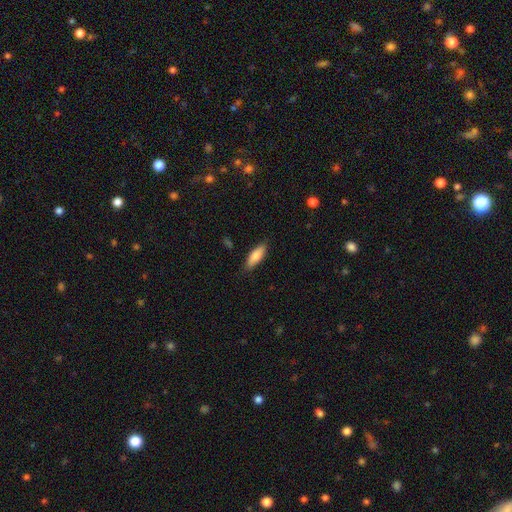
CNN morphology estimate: smooth-or-featured: smooth: 78% | featured or disk: 16% | star or artifact: 6%
  how-rounded: in between: 60% | cigar-shaped: 38% | round: 2%
  merging: none: 85% | minor disturbance: 12% | major disturbance: 2% | merger: 1%